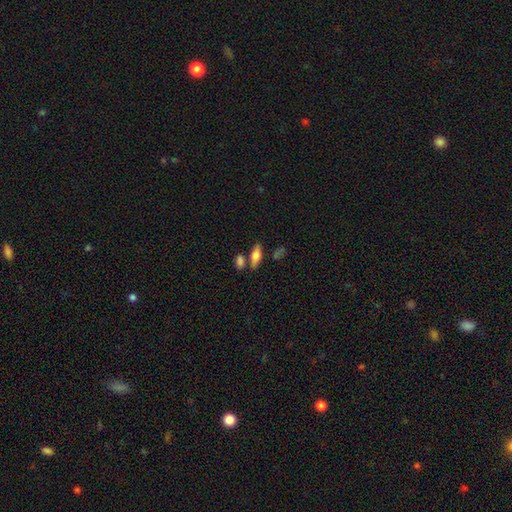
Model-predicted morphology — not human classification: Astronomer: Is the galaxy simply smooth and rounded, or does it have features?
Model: smooth — 66%.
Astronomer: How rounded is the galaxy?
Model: in between — 69%.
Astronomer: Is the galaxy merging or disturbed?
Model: none — 70%.